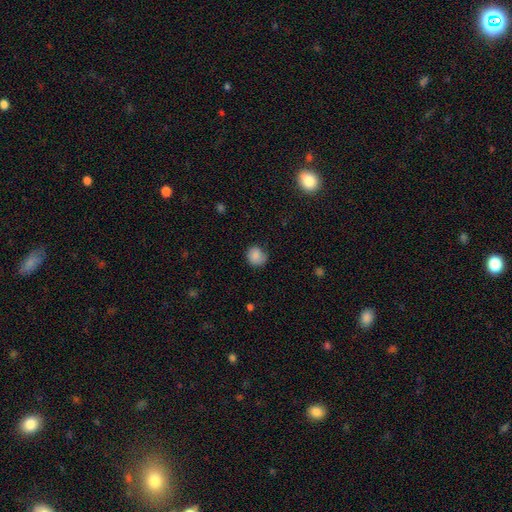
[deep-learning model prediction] smooth 86%, star or artifact 9%, featured or disk 6%. Down the decision tree: how rounded — round (79%); merging — none (71%).